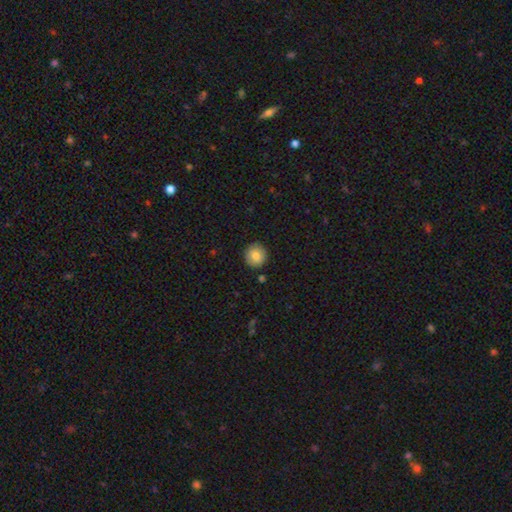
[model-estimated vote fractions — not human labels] A smooth galaxy with no disk features (81%) that is round (93%). Merging: none (90%).